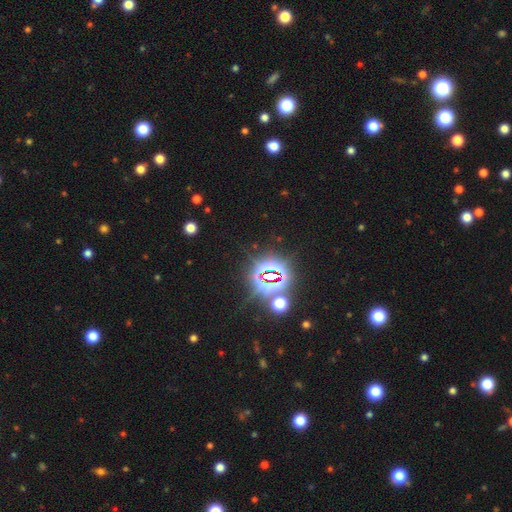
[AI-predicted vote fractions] This is clearly a star or artifact rather than a galaxy (83%).